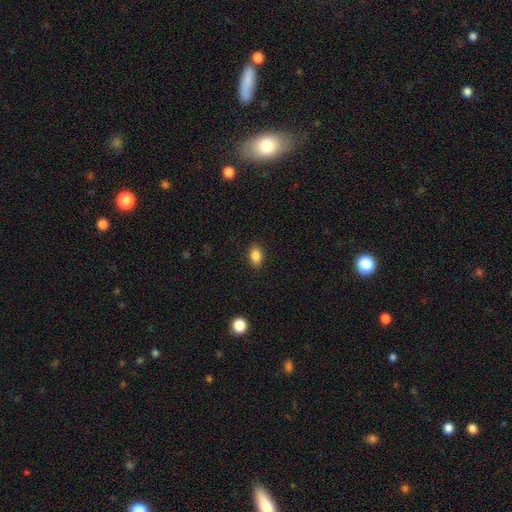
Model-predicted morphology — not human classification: smooth-or-featured: smooth: 86% | star or artifact: 9% | featured or disk: 5%
  how-rounded: in between: 84% | round: 15% | cigar-shaped: 2%
  merging: none: 88% | minor disturbance: 8% | major disturbance: 2% | merger: 1%